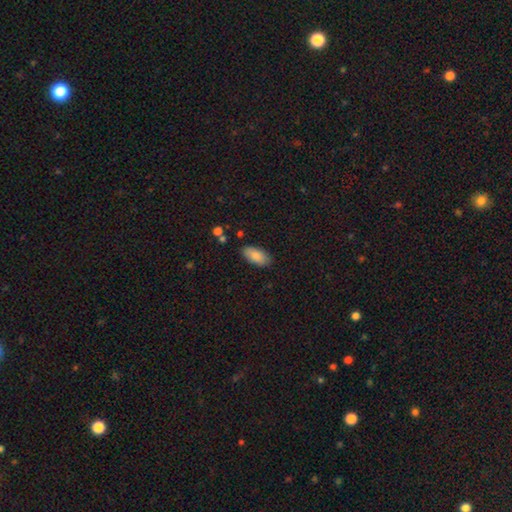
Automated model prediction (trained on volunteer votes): Smooth or featured? Predicted: smooth (p=0.86). How rounded? Predicted: in between (p=0.91). Merging? Predicted: none (p=0.85).